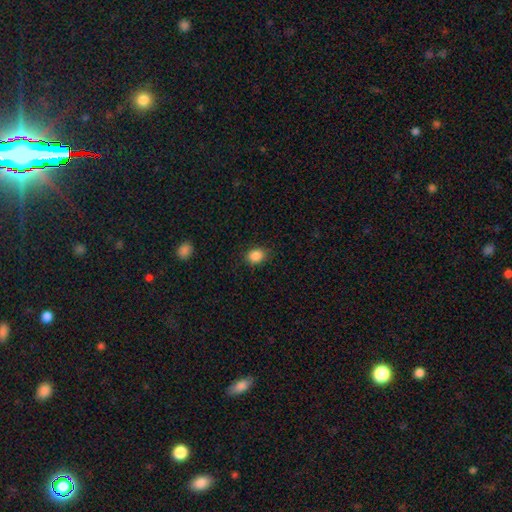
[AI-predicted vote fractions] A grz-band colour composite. It shows a smooth galaxy with no disk features (87%) that is round (55%). Merging: none (85%).